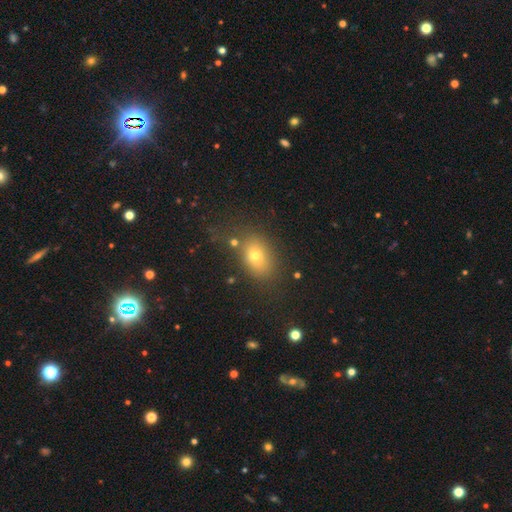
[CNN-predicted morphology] The model was most divided on "how rounded": in between: 70%, round: 28%, cigar-shaped: 2%. More confident: merging — none (71%); smooth or featured — smooth (69%).